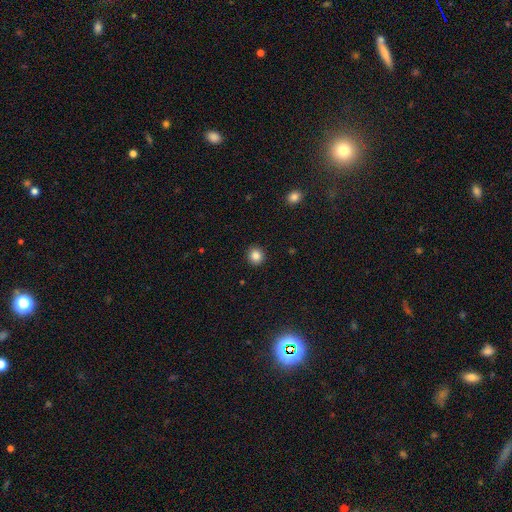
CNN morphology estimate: The model was most divided on "smooth or featured": smooth: 85%, star or artifact: 11%, featured or disk: 4%. More confident: merging — none (92%); how rounded — round (90%).